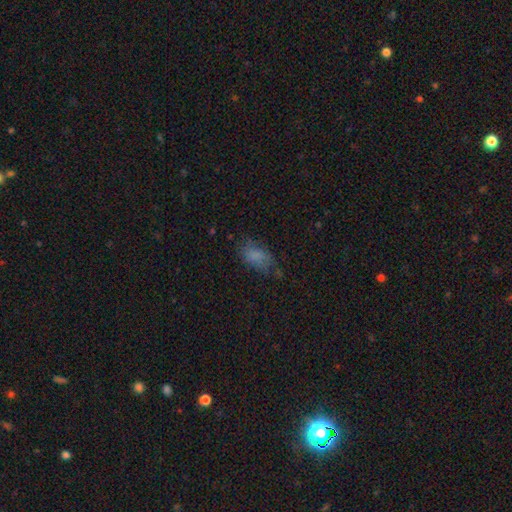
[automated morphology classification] A smooth galaxy with no disk features (75%) that is in between round and cigar-shaped (90%).

Vote fractions:
- Smooth or featured? smooth: 75% / featured or disk: 13% / star or artifact: 12%
- How rounded? in between: 90% / round: 6% / cigar-shaped: 4%
- Merging? none: 54% / minor disturbance: 28% / major disturbance: 15% / merger: 3%